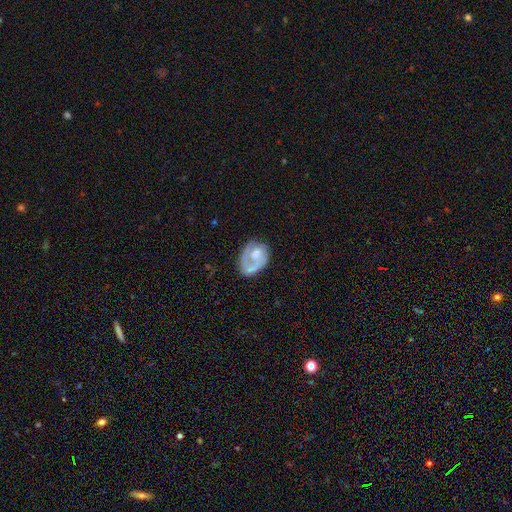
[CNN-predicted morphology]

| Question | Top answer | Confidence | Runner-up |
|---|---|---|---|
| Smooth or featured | featured or disk | 53% | smooth (40%) |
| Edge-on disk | no | 97% | yes (3%) |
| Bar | no | 79% | weak (18%) |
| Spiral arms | no | 53% | yes (47%) |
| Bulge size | moderate | 57% | small (23%) |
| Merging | none | 41% | major disturbance (26%) |